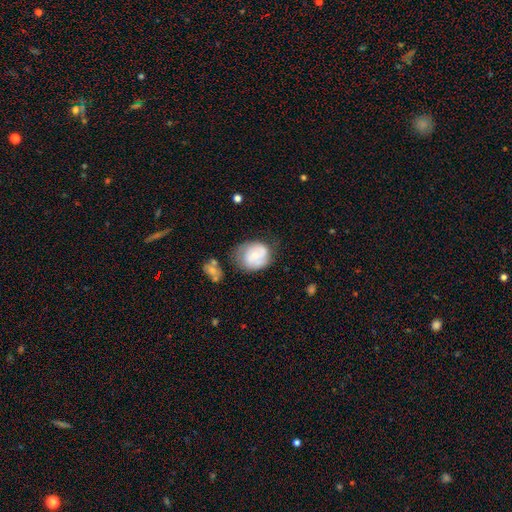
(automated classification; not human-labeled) smooth-or-featured: featured or disk: 48% | smooth: 45% | star or artifact: 7%
  merging: none: 53% | minor disturbance: 29% | major disturbance: 12% | merger: 6%